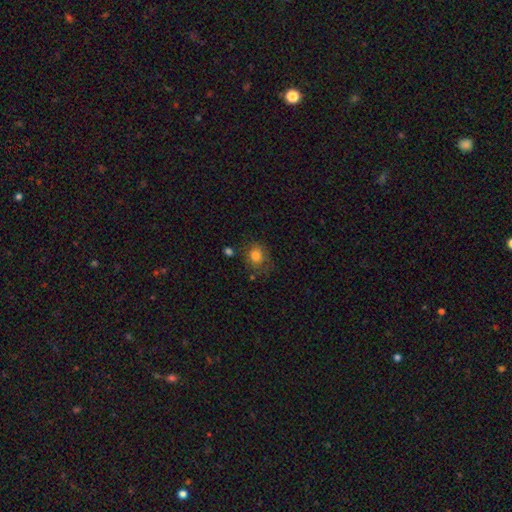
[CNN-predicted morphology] smooth_or_featured: smooth (p=0.81) [alt: star or artifact p=0.10]
how_rounded: round (p=0.66) [alt: in between p=0.33]
merging: none (p=0.66) [alt: minor disturbance p=0.21]